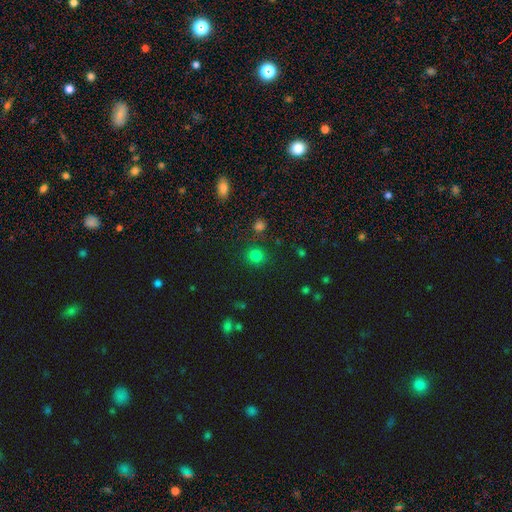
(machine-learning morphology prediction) Smooth or featured?
  - smooth: 79% *
  - star or artifact: 17%
  - featured or disk: 4%
How rounded?
  - round: 88% *
  - in between: 11%
  - cigar-shaped: 1%
Merging?
  - none: 85% *
  - minor disturbance: 8%
  - merger: 4%
  - major disturbance: 3%